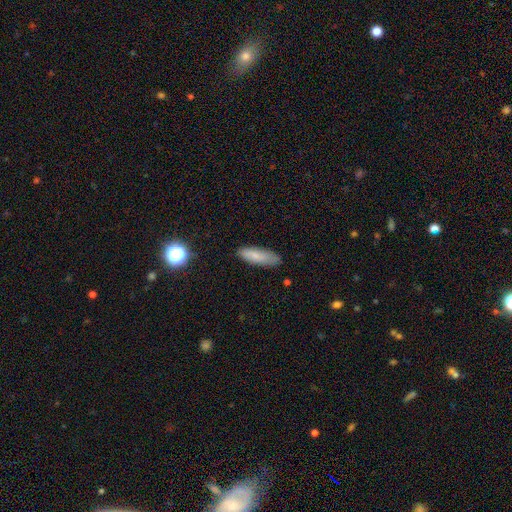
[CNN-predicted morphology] Q: Smooth or featured?
A: smooth (77%); runner-up: featured or disk (15%)
Q: How rounded?
A: cigar-shaped (49%); tied with: in between (49%)
Q: Merging?
A: none (78%); runner-up: minor disturbance (17%)